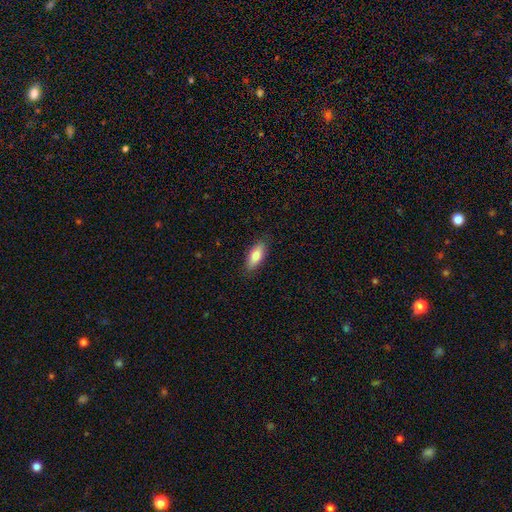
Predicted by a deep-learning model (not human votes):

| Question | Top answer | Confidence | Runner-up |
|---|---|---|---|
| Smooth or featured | smooth | 83% | featured or disk (11%) |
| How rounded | in between | 81% | cigar-shaped (17%) |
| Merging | none | 86% | minor disturbance (11%) |